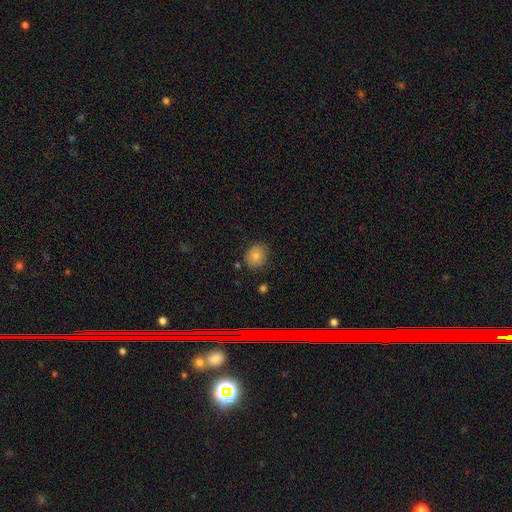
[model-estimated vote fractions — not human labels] Q: Smooth or featured?
A: smooth (77%); runner-up: star or artifact (12%)
Q: How rounded?
A: round (67%); runner-up: in between (32%)
Q: Merging?
A: none (79%); runner-up: minor disturbance (15%)